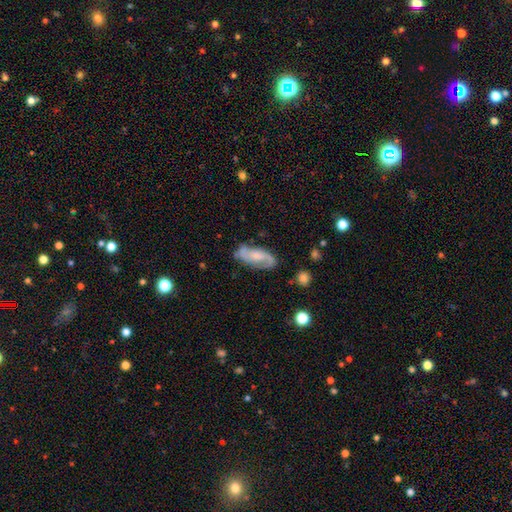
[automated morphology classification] Smooth or featured: featured or disk — 76% (smooth — 17%)
Edge-on disk: no — 93% (yes — 7%)
Bar: no — 48% (weak — 40%)
Spiral arms: yes — 94% (no — 6%)
Spiral winding: medium — 48% (loose — 31%)
Spiral arm count: 2 — 87% (can't tell — 7%)
Bulge size: small — 32% (moderate — 31%)
Merging: none — 74% (minor disturbance — 17%)